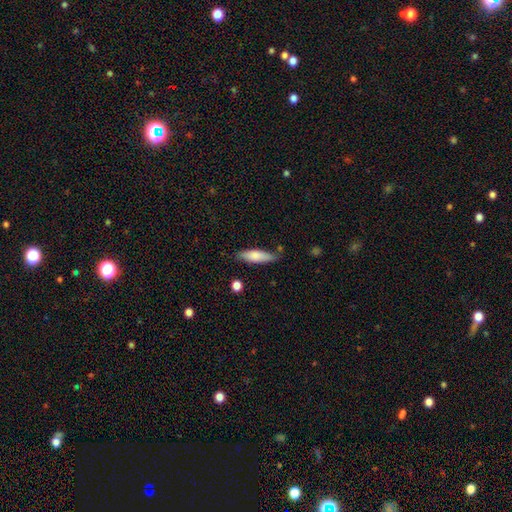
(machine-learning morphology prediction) Q: Smooth or featured?
A: smooth (77%); runner-up: featured or disk (17%)
Q: How rounded?
A: cigar-shaped (61%); runner-up: in between (38%)
Q: Merging?
A: none (75%); runner-up: minor disturbance (18%)